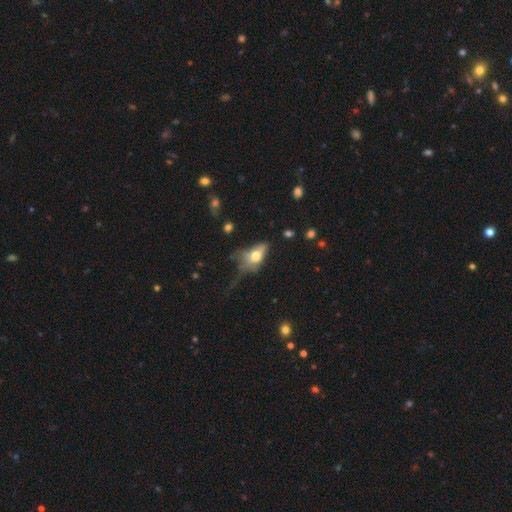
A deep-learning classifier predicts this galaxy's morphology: Smooth or featured: smooth — 64% (featured or disk — 26%)
How rounded: in between — 82% (round — 14%)
Merging: major disturbance — 43% (minor disturbance — 27%)